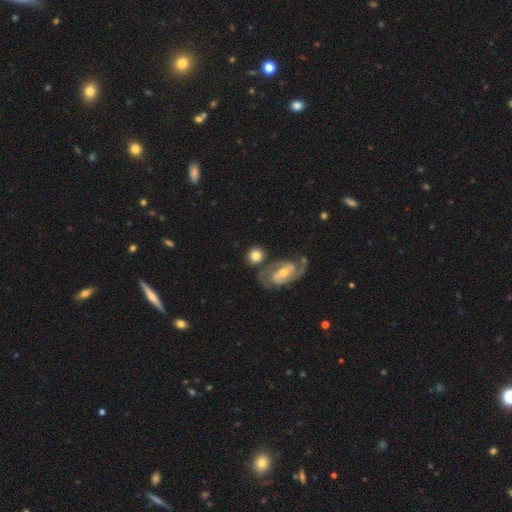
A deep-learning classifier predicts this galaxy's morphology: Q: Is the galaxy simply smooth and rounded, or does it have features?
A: smooth — 66%.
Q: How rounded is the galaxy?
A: round — 82%.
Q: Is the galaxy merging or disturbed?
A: none — 64%.